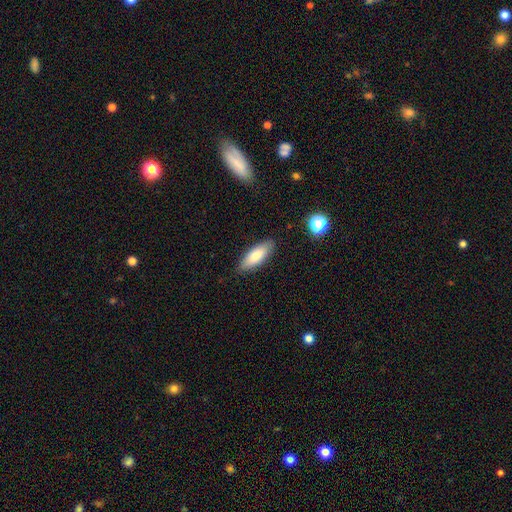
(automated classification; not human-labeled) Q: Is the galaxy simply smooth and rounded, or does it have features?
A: smooth — 79%.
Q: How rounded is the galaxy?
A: in between — 70%.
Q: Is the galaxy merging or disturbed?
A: none — 86%.